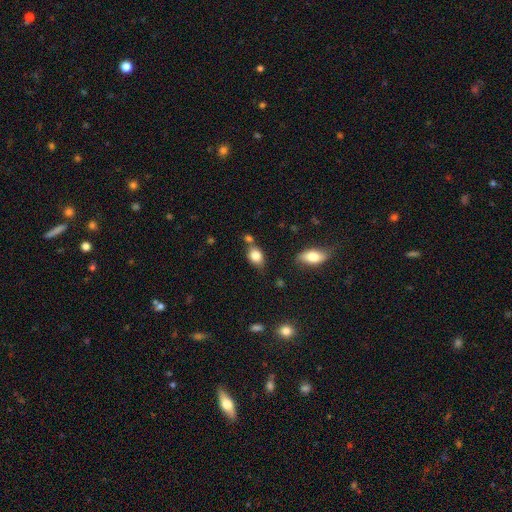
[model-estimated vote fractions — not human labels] This appears to be a smooth galaxy with no disk features (81%) that is in between round and cigar-shaped (72%). Merging: none (59%).